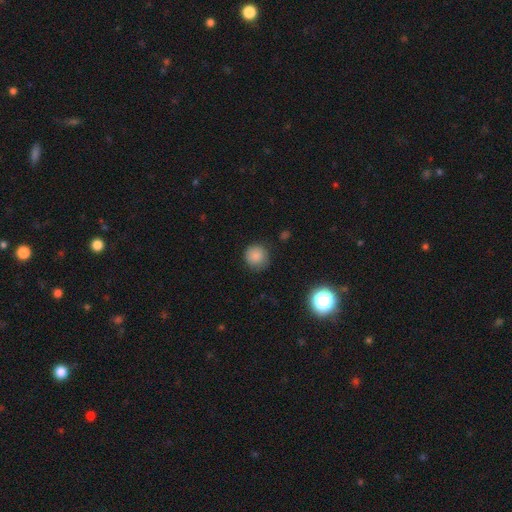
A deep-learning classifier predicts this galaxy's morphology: smooth-or-featured: smooth: 83% | star or artifact: 11% | featured or disk: 7%
  how-rounded: round: 92% | in between: 7% | cigar-shaped: 1%
  merging: none: 81% | minor disturbance: 14% | major disturbance: 4% | merger: 1%